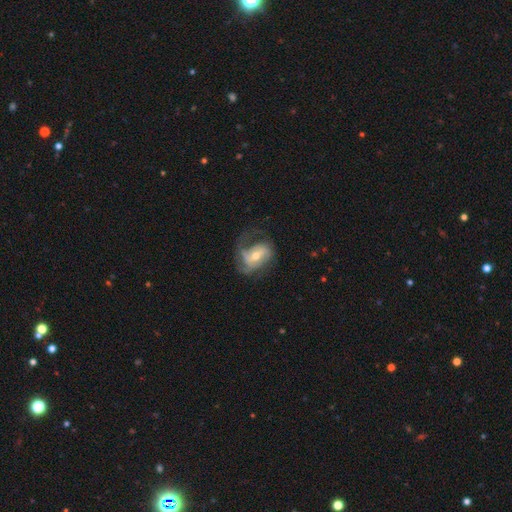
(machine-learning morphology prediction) Smooth or featured? featured or disk (73%)
Edge-on disk? no (96%)
Bar? weak (40%)
Spiral arms? yes (84%)
Spiral winding? medium (42%)
Spiral arm count? 2 (37%)
Bulge size? moderate (60%)
Merging? none (41%)